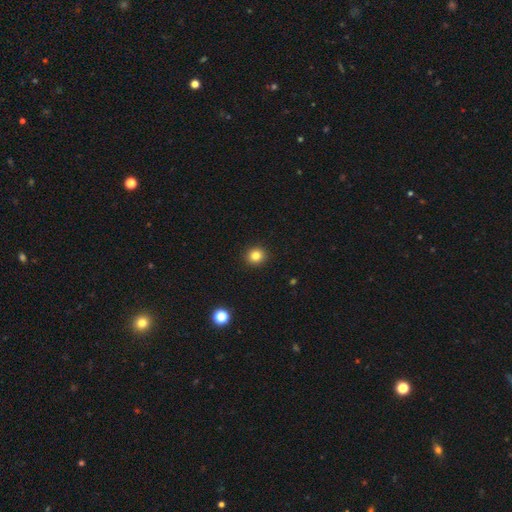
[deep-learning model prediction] smooth-or-featured: smooth: 82% | star or artifact: 12% | featured or disk: 6%
  how-rounded: round: 87% | in between: 12% | cigar-shaped: 1%
  merging: none: 93% | minor disturbance: 5% | major disturbance: 2% | merger: 1%